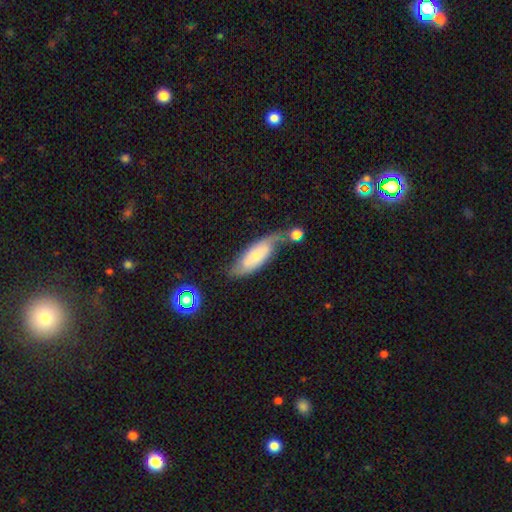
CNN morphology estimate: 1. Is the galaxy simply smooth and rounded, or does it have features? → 48% smooth, 46% featured or disk, 7% star or artifact.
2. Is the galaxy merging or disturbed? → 45% none, 27% minor disturbance, 15% merger, 13% major disturbance.